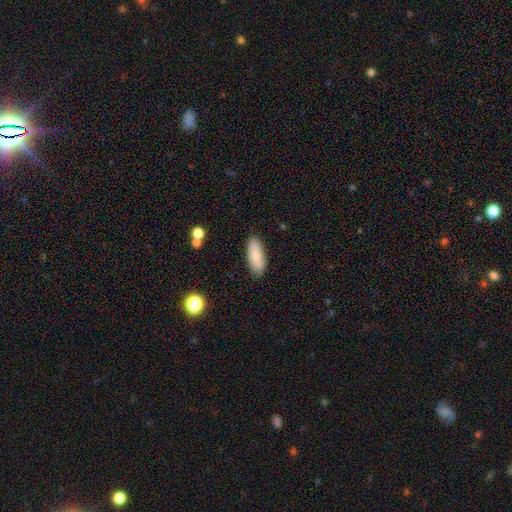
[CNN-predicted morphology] type=smooth (79%); roundness=in between (74%); merging=none (85%).